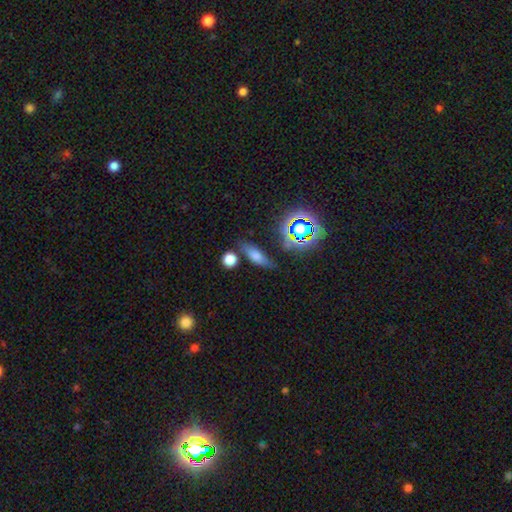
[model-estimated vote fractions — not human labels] Smooth or featured? smooth (61%)
How rounded? in between (51%)
Merging? none (74%)